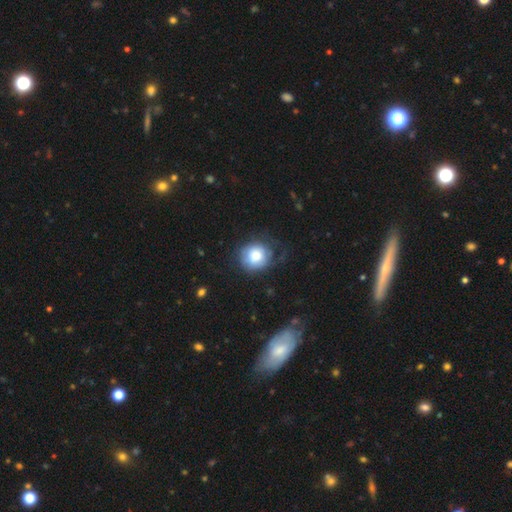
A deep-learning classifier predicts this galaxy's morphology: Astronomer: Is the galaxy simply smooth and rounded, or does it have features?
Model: smooth — 71%.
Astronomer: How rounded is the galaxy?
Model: round — 85%.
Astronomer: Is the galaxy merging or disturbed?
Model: none — 57%.